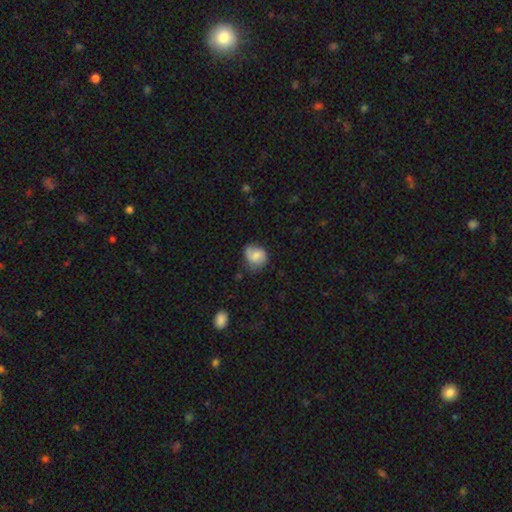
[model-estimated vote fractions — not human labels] smooth 59%, featured or disk 34%, star or artifact 8%. Down the decision tree: how rounded — round (68%); merging — none (60%).